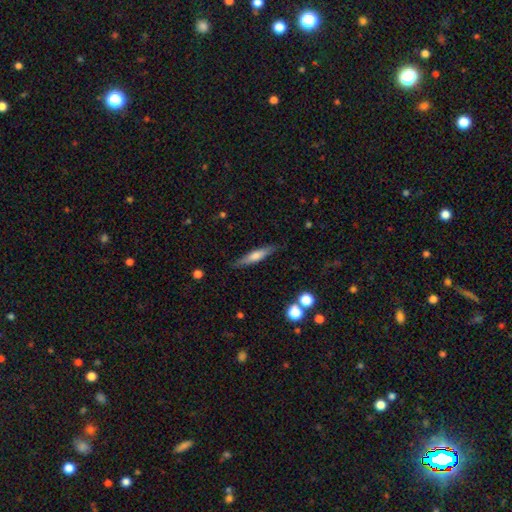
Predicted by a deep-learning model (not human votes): This appears to be a smooth galaxy with no disk features (52%) that is cigar-shaped (87%). Merging: none (86%).